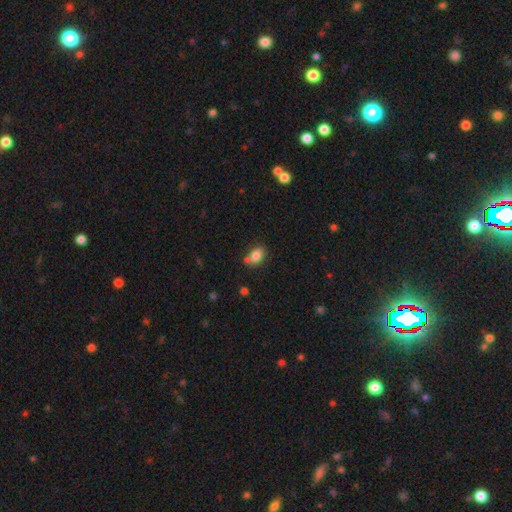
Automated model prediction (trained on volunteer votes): smooth-or-featured: smooth: 82% | star or artifact: 9% | featured or disk: 8%
  how-rounded: in between: 79% | round: 19% | cigar-shaped: 2%
  merging: none: 62% | minor disturbance: 20% | merger: 13% | major disturbance: 5%